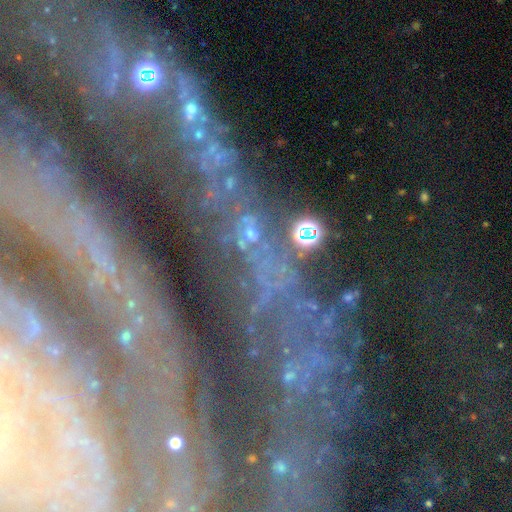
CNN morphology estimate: Smooth or featured? star or artifact (49%)